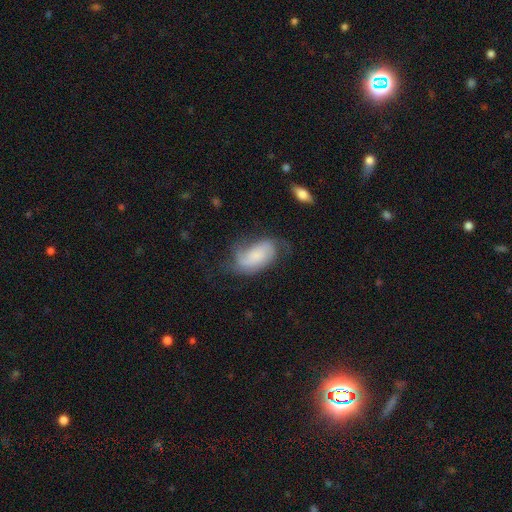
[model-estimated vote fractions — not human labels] This is possibly a featured or disk galaxy (51%). It is clearly not viewed edge-on (95%). Merging: possibly none (45%).